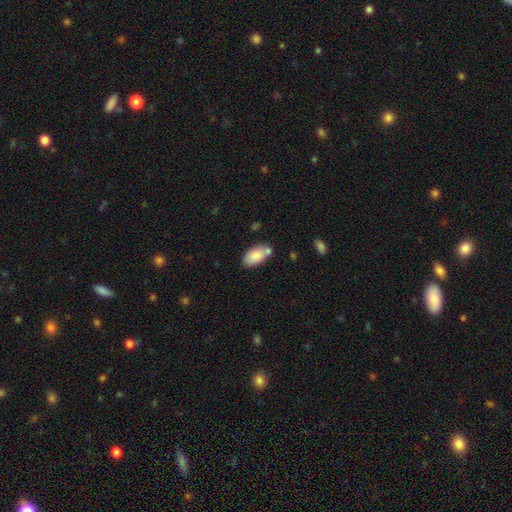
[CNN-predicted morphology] Smooth or featured? Predicted: smooth (p=0.84). How rounded? Predicted: in between (p=0.94). Merging? Predicted: none (p=0.60).